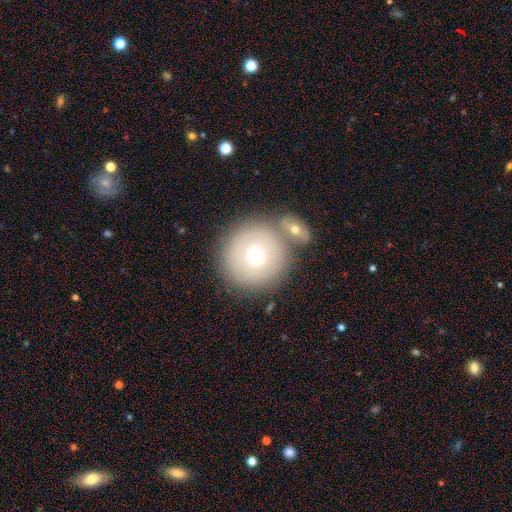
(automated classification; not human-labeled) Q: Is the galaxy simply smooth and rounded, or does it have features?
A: smooth — 66%.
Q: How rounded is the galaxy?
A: round — 93%.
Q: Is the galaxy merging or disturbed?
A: none — 61%.